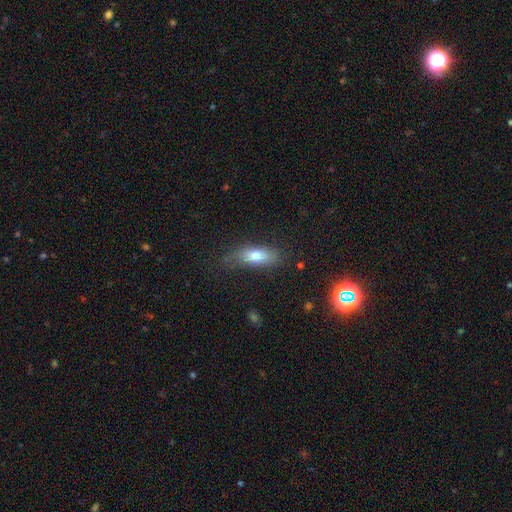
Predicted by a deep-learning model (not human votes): A smooth galaxy with no disk features (75%) that is in between round and cigar-shaped (75%). Merging: none (70%).